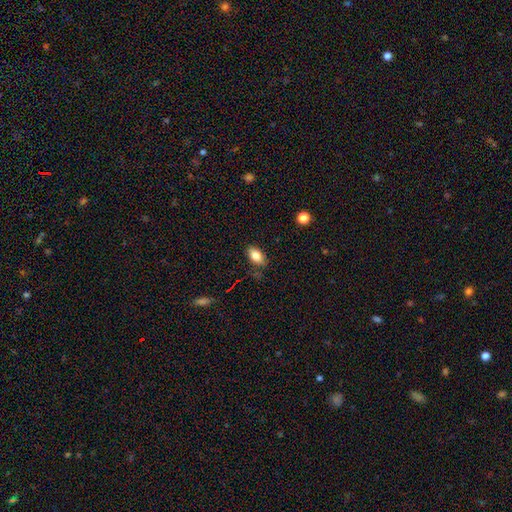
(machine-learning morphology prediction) This is clearly a smooth galaxy (82%). How rounded: clearly in between (89%). Merging: likely none (78%).